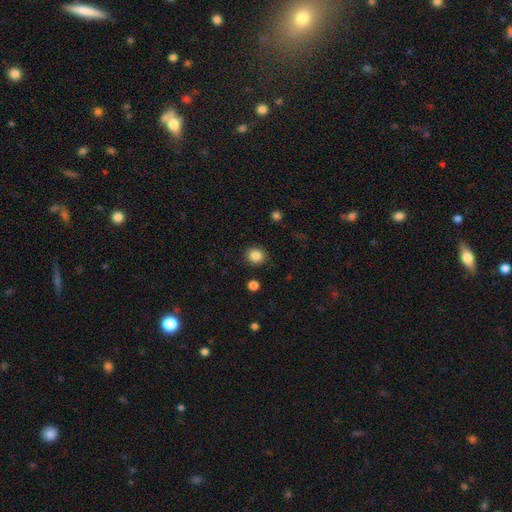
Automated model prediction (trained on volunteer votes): This is clearly a smooth galaxy (85%). How rounded: clearly round (82%). Merging: clearly none (90%).